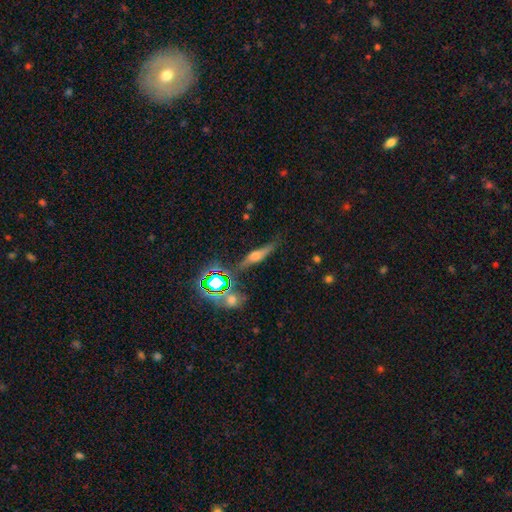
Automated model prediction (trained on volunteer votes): Smooth or featured? Predicted: featured or disk (p=0.51). Edge-on disk? Predicted: yes (p=0.90). Merging? Predicted: none (p=0.77).